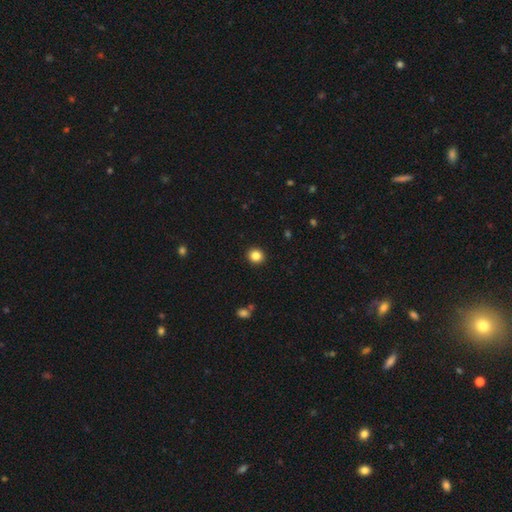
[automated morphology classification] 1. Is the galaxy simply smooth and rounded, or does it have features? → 84% smooth, 11% star or artifact, 5% featured or disk.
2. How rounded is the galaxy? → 89% round, 10% in between, 1% cigar-shaped.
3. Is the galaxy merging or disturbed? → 93% none, 5% minor disturbance, 2% major disturbance, 1% merger.